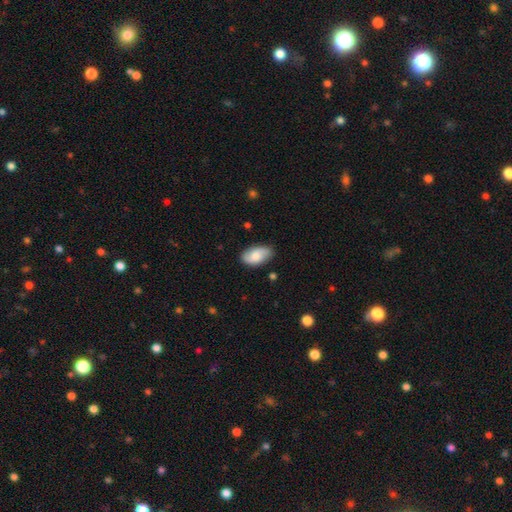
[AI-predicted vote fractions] Smooth or featured? smooth (73%)
How rounded? in between (94%)
Merging? none (78%)